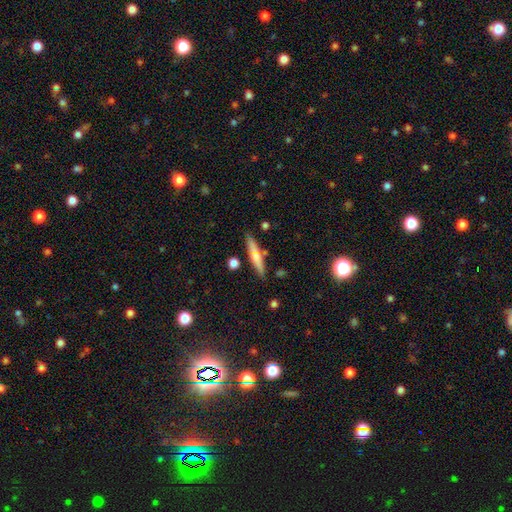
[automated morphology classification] smooth 60%, featured or disk 34%, star or artifact 6%. Down the decision tree: how rounded — cigar-shaped (90%); merging — none (82%).